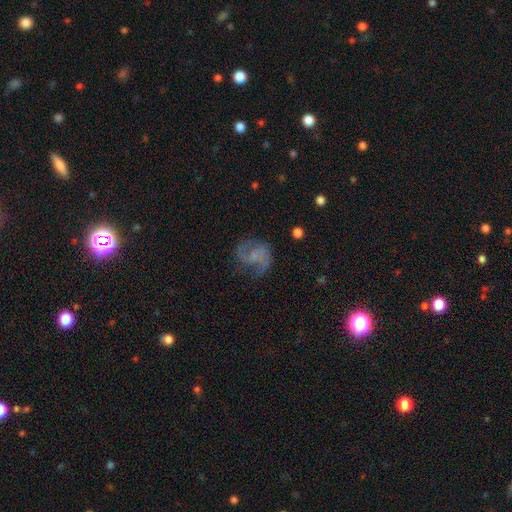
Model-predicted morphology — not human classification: Smooth or featured?
  - featured or disk: 78% *
  - smooth: 14%
  - star or artifact: 8%
Edge-on disk?
  - no: 98% *
  - yes: 2%
Bar?
  - no: 53% *
  - weak: 39%
  - strong: 8%
Spiral arms?
  - yes: 93% *
  - no: 7%
Spiral winding?
  - medium: 52% *
  - loose: 32%
  - tight: 16%
Spiral arm count?
  - 2: 83% *
  - can't tell: 6%
  - 3: 4%
  - 1: 3%
  - 4: 2%
  - more than 4: 1%
Bulge size?
  - small: 49% *
  - none: 32%
  - moderate: 16%
  - large: 2%
  - dominant: 1%
Merging?
  - none: 67% *
  - minor disturbance: 18%
  - major disturbance: 13%
  - merger: 2%